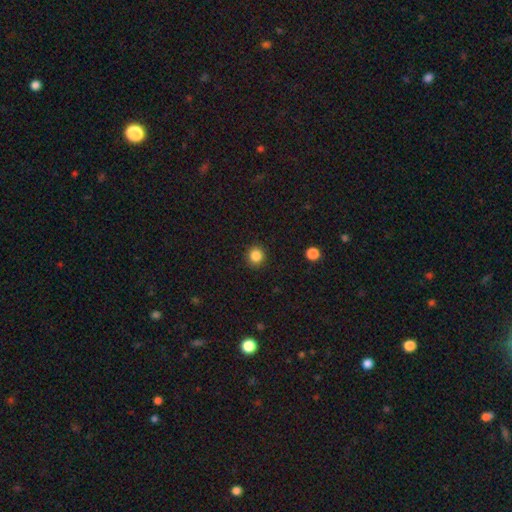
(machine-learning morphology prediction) This is clearly a smooth galaxy (85%). How rounded: clearly round (91%). Merging: clearly none (91%).